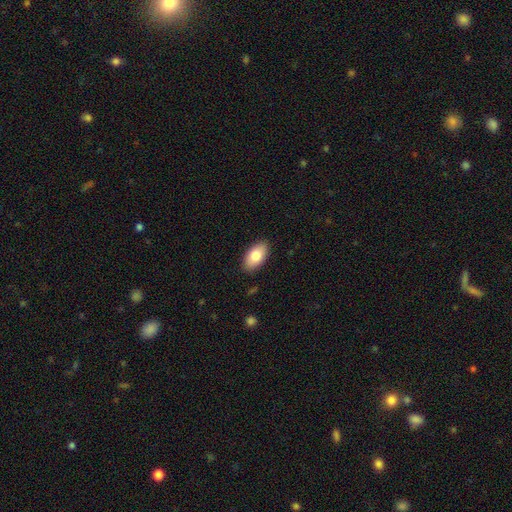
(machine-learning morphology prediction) smooth 81%, featured or disk 13%, star or artifact 6%. Down the decision tree: how rounded — in between (94%); merging — none (88%).